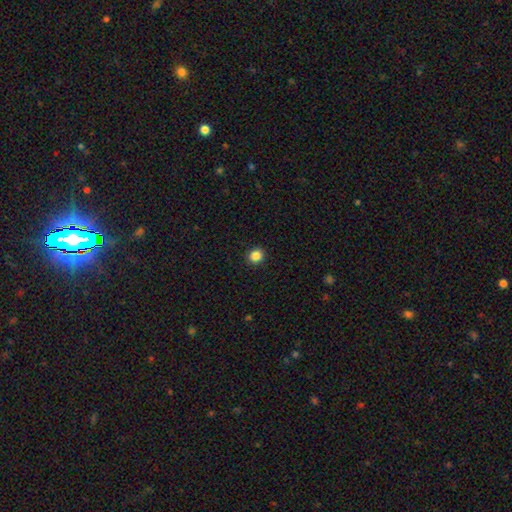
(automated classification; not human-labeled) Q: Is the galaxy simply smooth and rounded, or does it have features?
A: smooth — 85%.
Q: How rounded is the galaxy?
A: round — 86%.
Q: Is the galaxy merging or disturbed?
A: none — 92%.